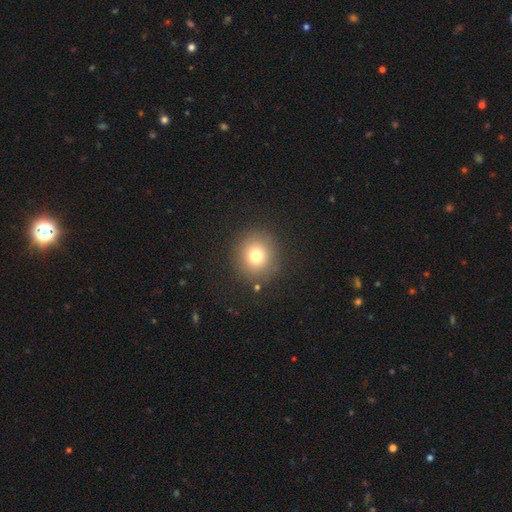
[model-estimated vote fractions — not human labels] A smooth galaxy with no disk features (75%) that is round (88%).

Vote fractions:
- Smooth or featured? smooth: 75% / star or artifact: 14% / featured or disk: 10%
- How rounded? round: 88% / in between: 11% / cigar-shaped: 1%
- Merging? none: 88% / minor disturbance: 7% / major disturbance: 3% / merger: 2%